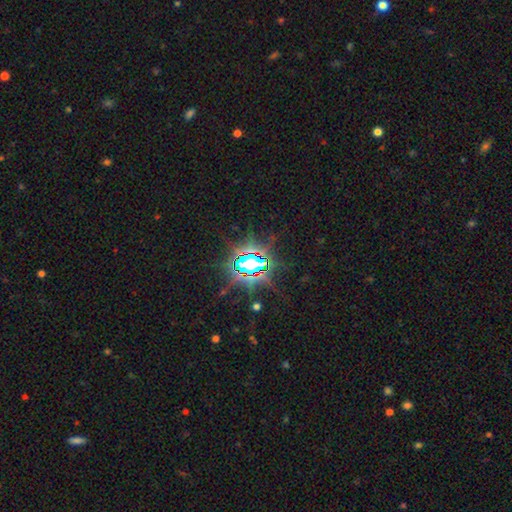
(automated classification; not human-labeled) Morphology: type=star or artifact (82%).